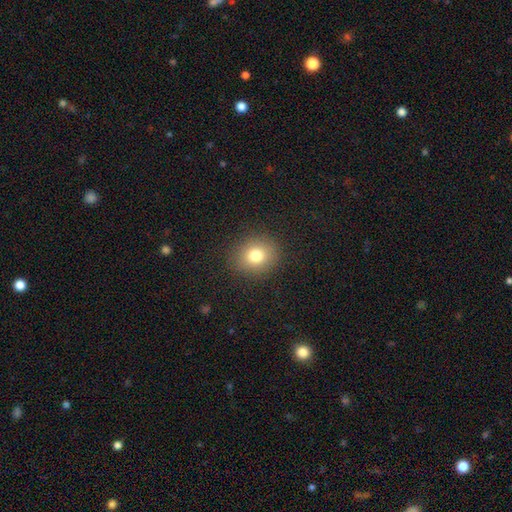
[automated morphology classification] Q: Smooth or featured?
A: smooth (78%); runner-up: star or artifact (12%)
Q: How rounded?
A: round (74%); runner-up: in between (25%)
Q: Merging?
A: none (89%); runner-up: minor disturbance (7%)